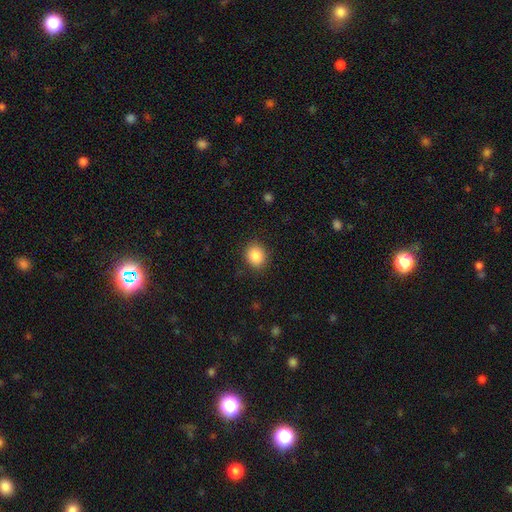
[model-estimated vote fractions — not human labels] A smooth galaxy with no disk features (86%) that is round (69%). Merging: none (89%).